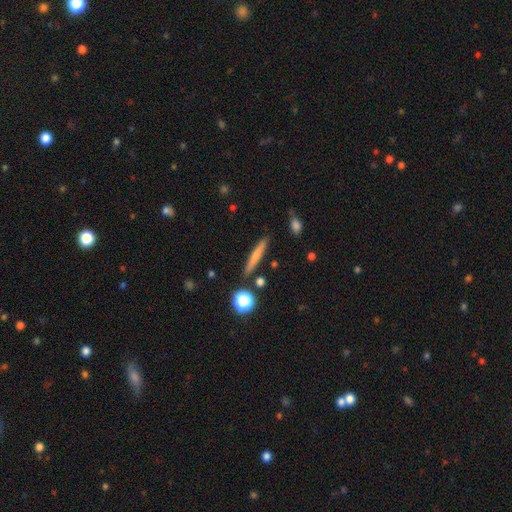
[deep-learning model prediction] A smooth galaxy with no disk features (62%) that is cigar-shaped (91%). Merging: none (86%).